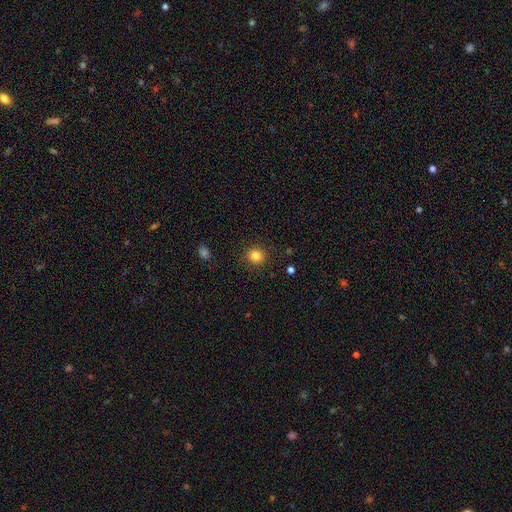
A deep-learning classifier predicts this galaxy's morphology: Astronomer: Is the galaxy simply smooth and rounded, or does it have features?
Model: smooth — 83%.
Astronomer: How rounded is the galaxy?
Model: round — 90%.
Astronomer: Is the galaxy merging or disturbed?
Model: none — 90%.